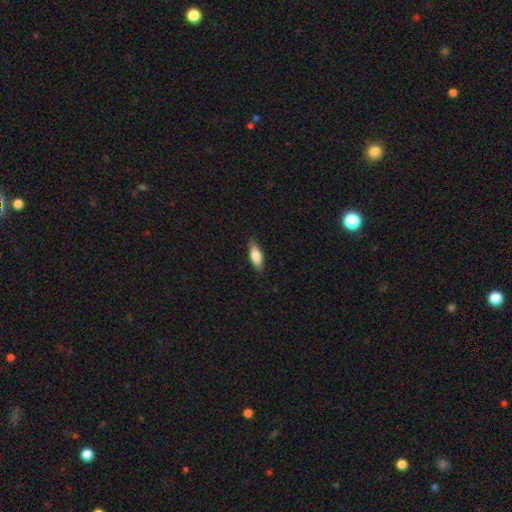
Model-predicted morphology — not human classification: Smooth or featured? smooth (78%)
How rounded? in between (68%)
Merging? none (86%)